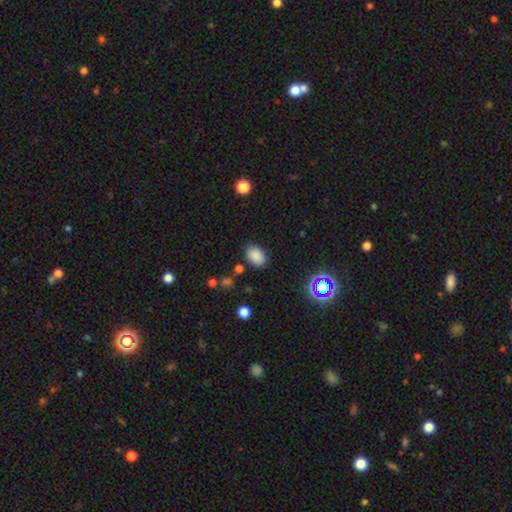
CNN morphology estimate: This appears to be a smooth galaxy with no disk features (83%) that is in between round and cigar-shaped (79%). Merging: none (80%).